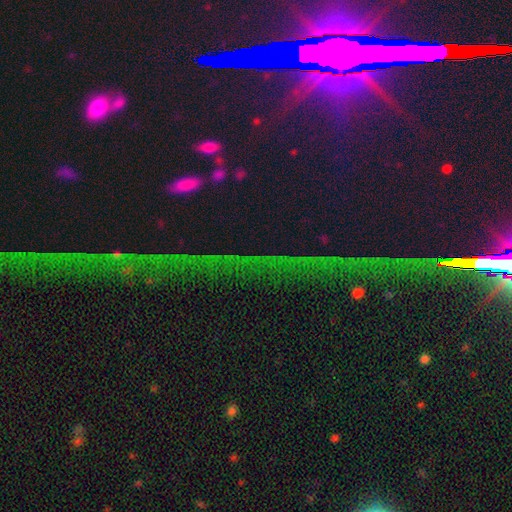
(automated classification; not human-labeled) Smooth or featured? Predicted: star or artifact (p=0.71).